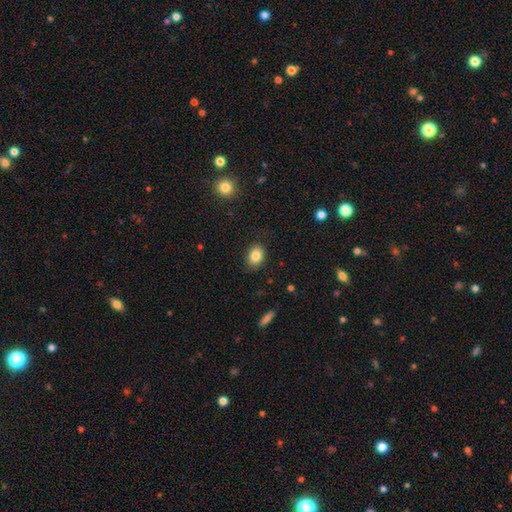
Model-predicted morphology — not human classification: Smooth or featured?
  - smooth: 85% *
  - star or artifact: 9%
  - featured or disk: 6%
How rounded?
  - in between: 69% *
  - round: 30%
  - cigar-shaped: 1%
Merging?
  - none: 86% *
  - minor disturbance: 10%
  - major disturbance: 3%
  - merger: 1%